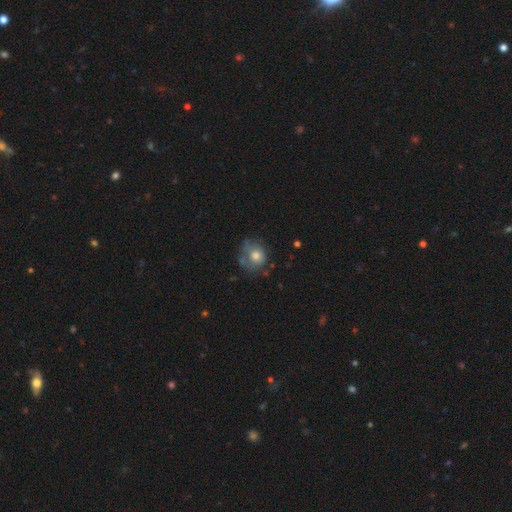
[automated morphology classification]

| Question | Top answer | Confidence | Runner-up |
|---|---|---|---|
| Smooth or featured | smooth | 69% | featured or disk (22%) |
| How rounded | round | 67% | in between (32%) |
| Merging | none | 51% | minor disturbance (28%) |